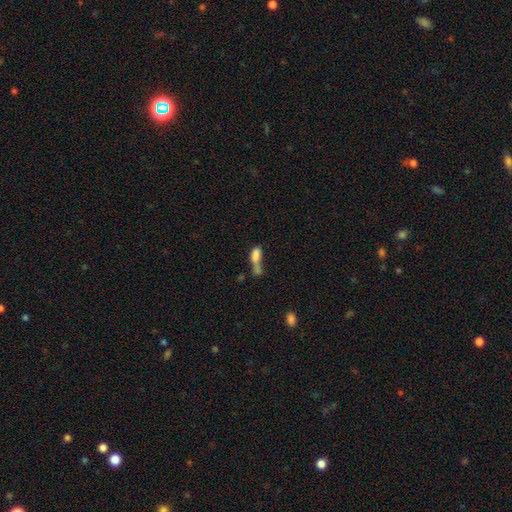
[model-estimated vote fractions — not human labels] Q: Smooth or featured?
A: smooth (72%); runner-up: featured or disk (16%)
Q: How rounded?
A: in between (67%); runner-up: cigar-shaped (27%)
Q: Merging?
A: merger (52%); runner-up: major disturbance (18%)